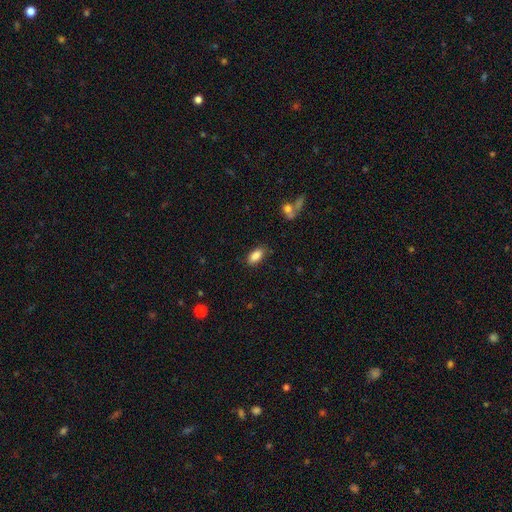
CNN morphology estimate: A smooth galaxy with no disk features (87%) that is in between round and cigar-shaped (91%).

Vote fractions:
- Smooth or featured? smooth: 87% / star or artifact: 8% / featured or disk: 5%
- How rounded? in between: 91% / cigar-shaped: 5% / round: 4%
- Merging? none: 81% / minor disturbance: 14% / major disturbance: 3% / merger: 2%